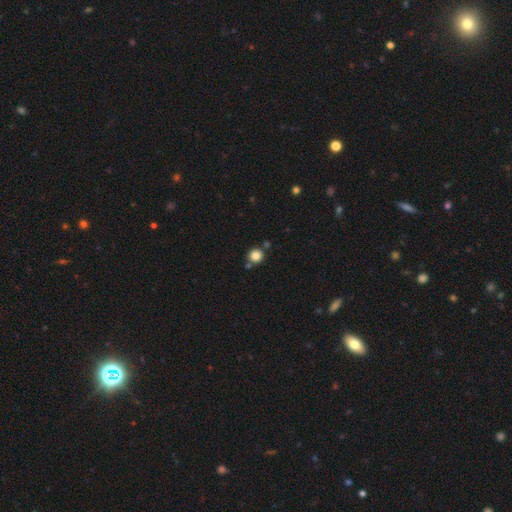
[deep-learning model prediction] This appears to be a smooth galaxy with no disk features (83%) that is round (93%). Merging: none (80%).